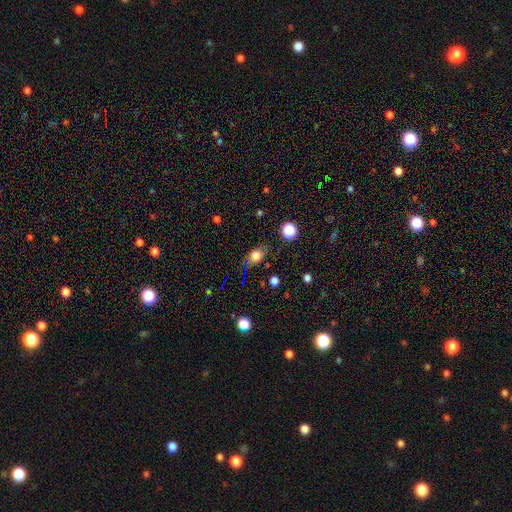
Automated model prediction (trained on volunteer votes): smooth-or-featured: smooth: 75% | star or artifact: 15% | featured or disk: 10%
  how-rounded: in between: 52% | round: 45% | cigar-shaped: 3%
  merging: none: 71% | minor disturbance: 19% | major disturbance: 6% | merger: 3%